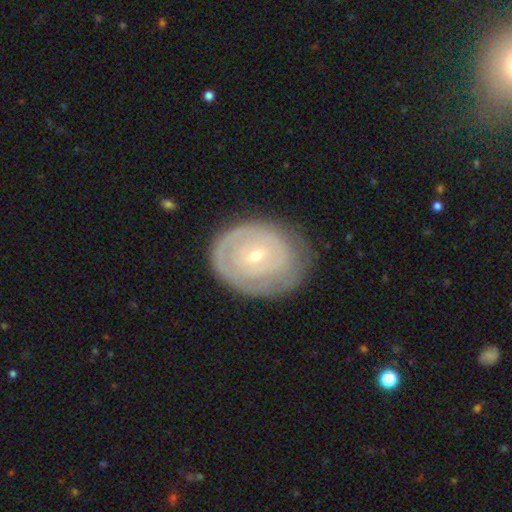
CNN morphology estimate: Smooth or featured: featured or disk — 69% (smooth — 26%)
Edge-on disk: no — 96% (yes — 4%)
Bar: no — 67% (weak — 27%)
Spiral arms: yes — 66% (no — 34%)
Bulge size: small — 75% (moderate — 22%)
Merging: none — 70% (minor disturbance — 20%)